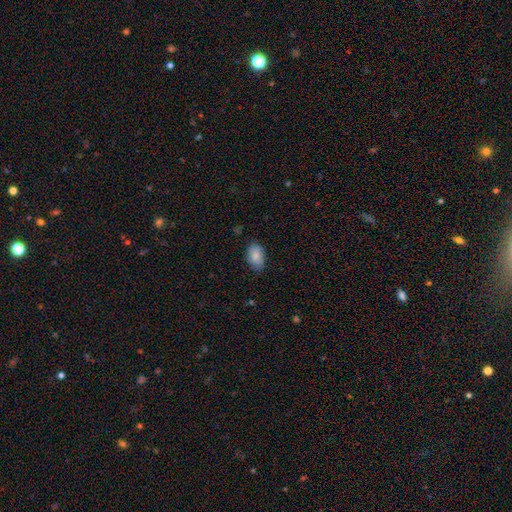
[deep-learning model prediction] Smooth or featured?
  - smooth: 83% *
  - featured or disk: 10%
  - star or artifact: 7%
How rounded?
  - in between: 89% *
  - round: 10%
  - cigar-shaped: 1%
Merging?
  - none: 75% *
  - minor disturbance: 20%
  - major disturbance: 3%
  - merger: 1%